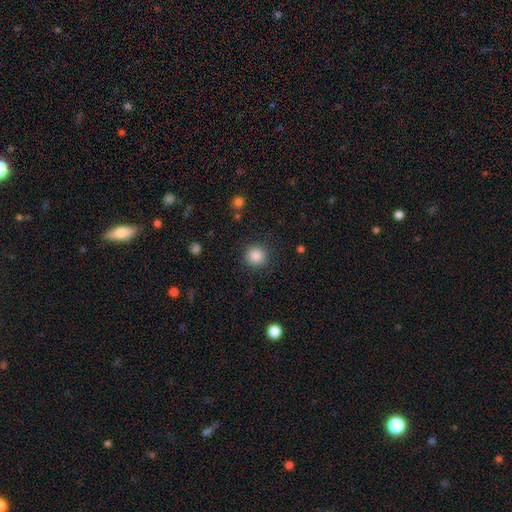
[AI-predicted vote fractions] Smooth or featured: smooth — 87% (star or artifact — 10%)
How rounded: round — 94% (in between — 5%)
Merging: none — 89% (minor disturbance — 7%)